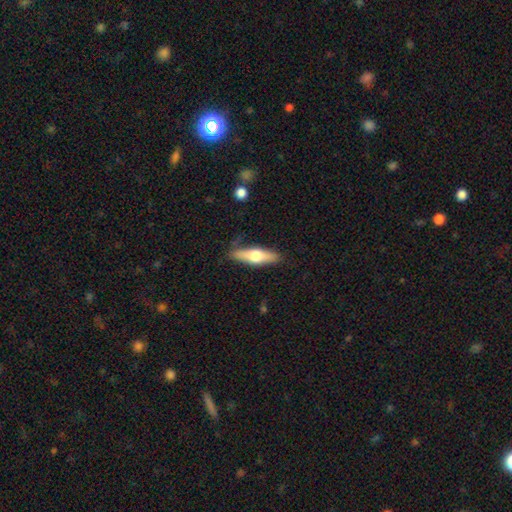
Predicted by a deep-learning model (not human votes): Smooth or featured?
  - smooth: 51% *
  - featured or disk: 44%
  - star or artifact: 6%
How rounded?
  - cigar-shaped: 58% *
  - in between: 39%
  - round: 3%
Merging?
  - none: 84% *
  - minor disturbance: 12%
  - major disturbance: 3%
  - merger: 2%